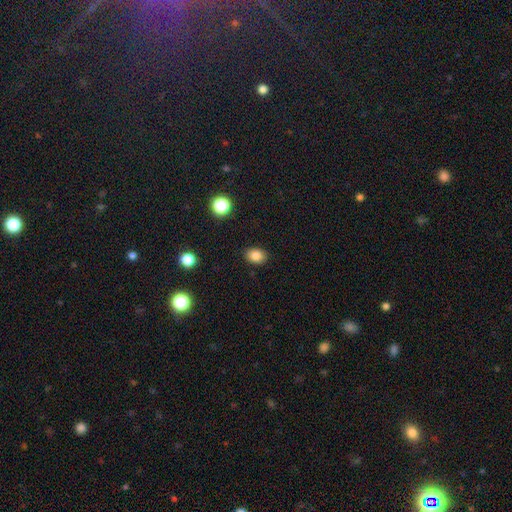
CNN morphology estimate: Q: Smooth or featured?
A: smooth (83%); runner-up: star or artifact (10%)
Q: How rounded?
A: in between (69%); runner-up: round (30%)
Q: Merging?
A: none (89%); runner-up: minor disturbance (8%)